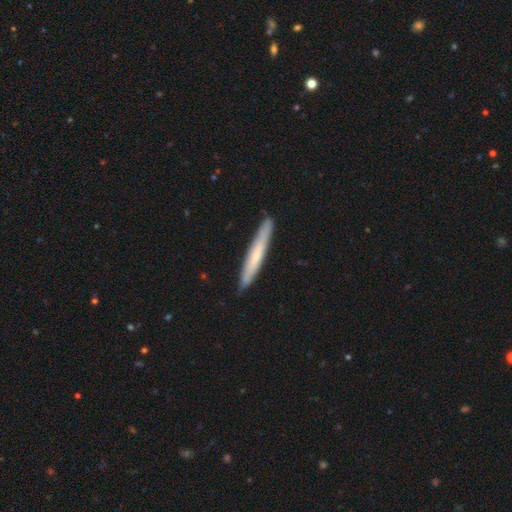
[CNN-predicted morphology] This is possibly a smooth galaxy (56%). How rounded: clearly cigar-shaped (96%). Merging: clearly none (89%).